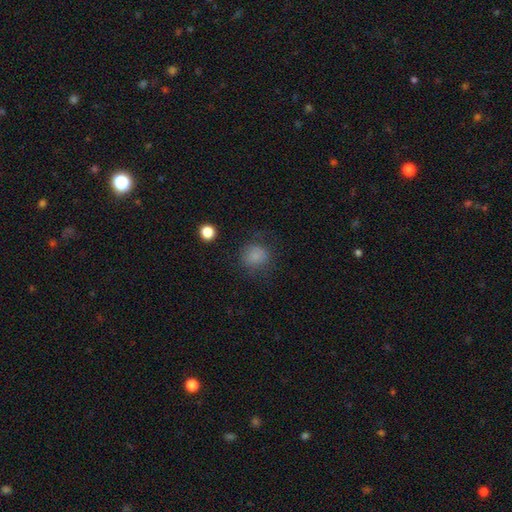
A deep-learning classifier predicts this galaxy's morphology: A smooth galaxy with no disk features (80%) that is round (85%). Merging: none (75%).